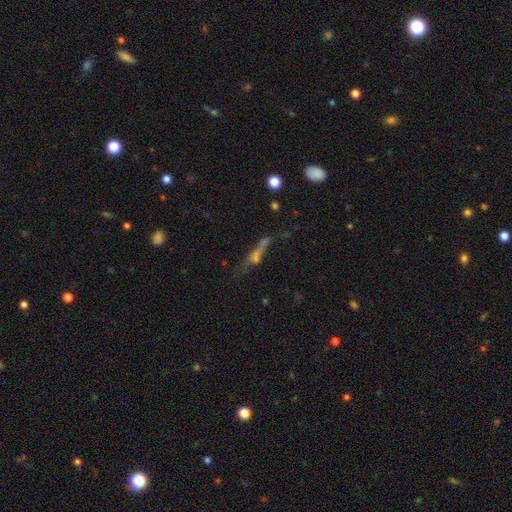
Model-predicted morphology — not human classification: A featured or disk galaxy (41%). Merging: none (39%).